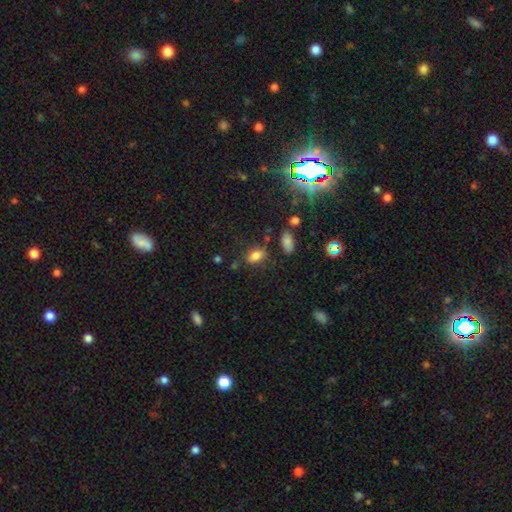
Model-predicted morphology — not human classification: Smooth or featured?
  - smooth: 79% *
  - star or artifact: 12%
  - featured or disk: 9%
How rounded?
  - in between: 81% *
  - round: 16%
  - cigar-shaped: 3%
Merging?
  - none: 71% *
  - minor disturbance: 17%
  - merger: 6%
  - major disturbance: 5%